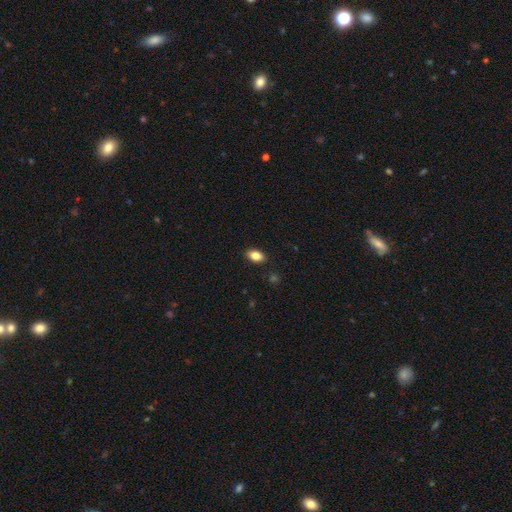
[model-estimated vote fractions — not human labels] The model was most divided on "smooth or featured": smooth: 84%, star or artifact: 8%, featured or disk: 7%. More confident: merging — none (88%); how rounded — in between (88%).